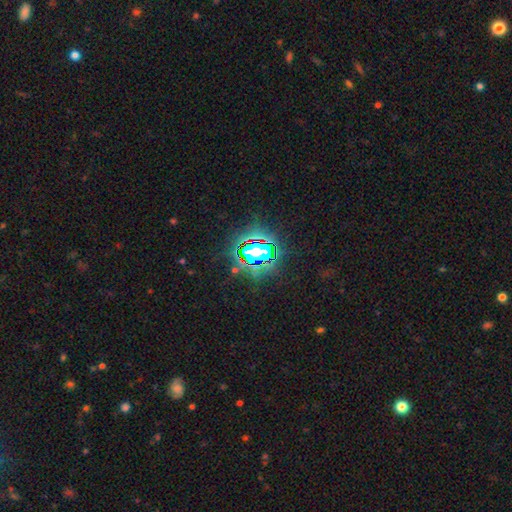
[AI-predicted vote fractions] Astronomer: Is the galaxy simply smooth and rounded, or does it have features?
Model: star or artifact — 79%.